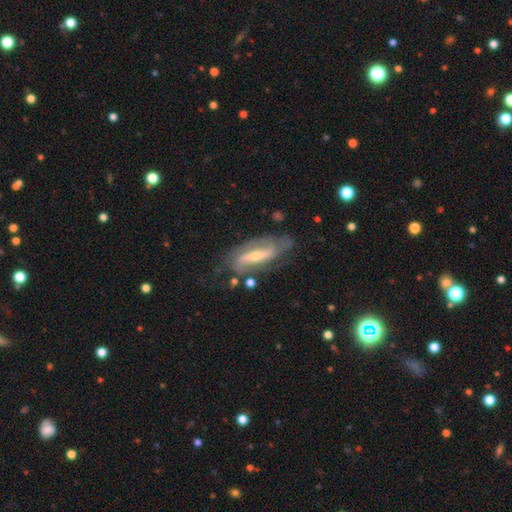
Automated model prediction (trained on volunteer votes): Smooth or featured? featured or disk (79%)
Edge-on disk? no (84%)
Bar? strong (46%)
Spiral arms? yes (89%)
Spiral winding? medium (43%)
Spiral arm count? 2 (78%)
Bulge size? small (51%)
Merging? none (67%)